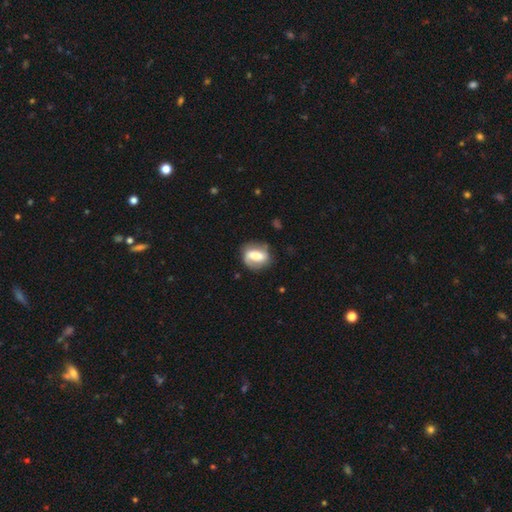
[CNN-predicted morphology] This appears to be a featured or disk galaxy (48%). Merging: none (67%).